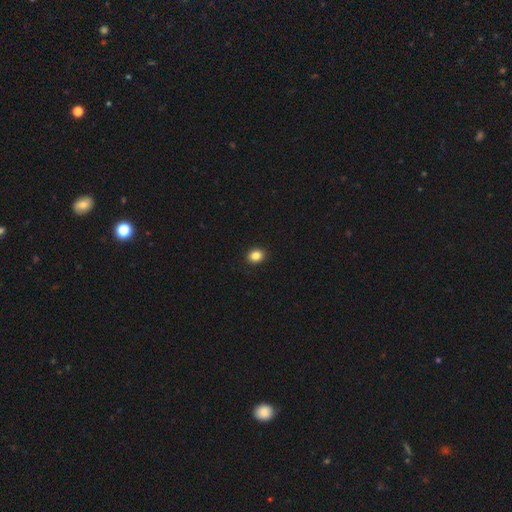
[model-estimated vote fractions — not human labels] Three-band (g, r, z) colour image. It shows a smooth galaxy with no disk features (86%) that is in between round and cigar-shaped (50%). Merging: none (92%).